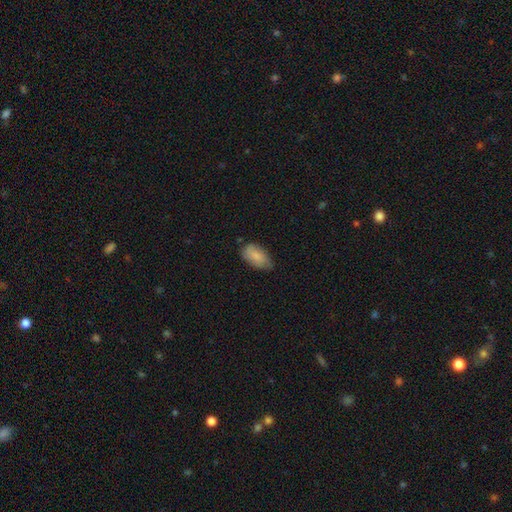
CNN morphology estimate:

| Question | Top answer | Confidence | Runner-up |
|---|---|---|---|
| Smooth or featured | smooth | 81% | featured or disk (13%) |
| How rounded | in between | 94% | round (4%) |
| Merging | none | 62% | minor disturbance (32%) |